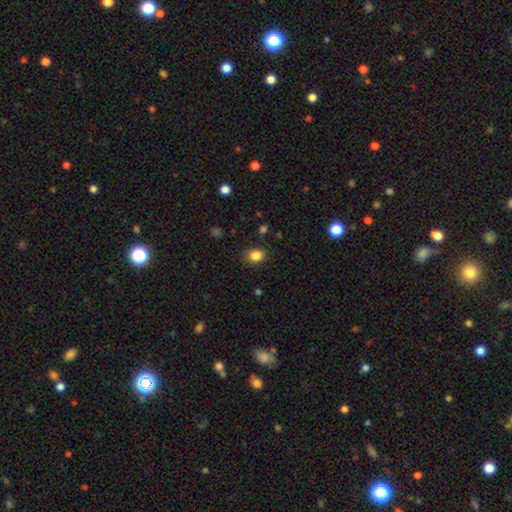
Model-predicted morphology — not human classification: This is clearly a smooth galaxy (85%). How rounded: possibly in between (59%). Merging: clearly none (83%).